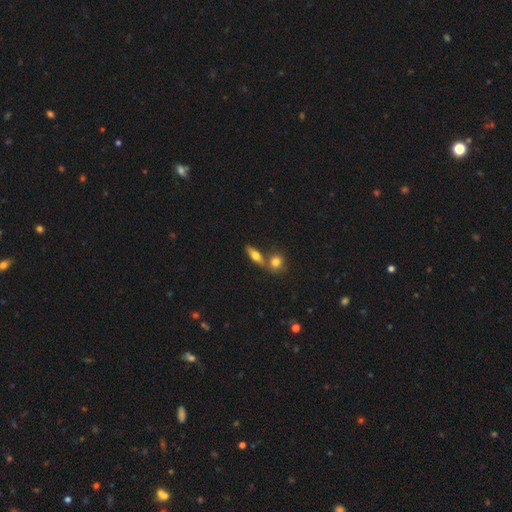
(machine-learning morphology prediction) Smooth or featured? smooth (57%)
How rounded? in between (54%)
Merging? none (59%)